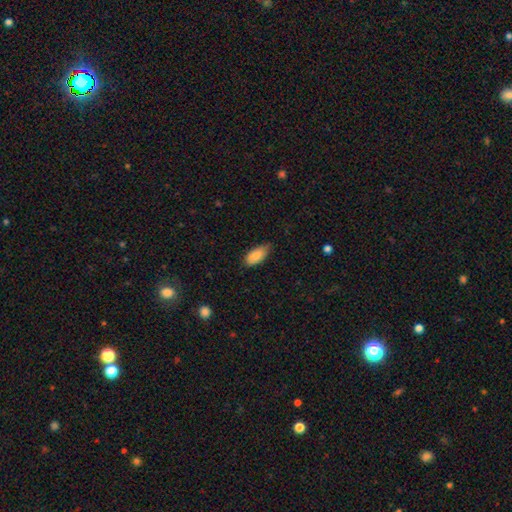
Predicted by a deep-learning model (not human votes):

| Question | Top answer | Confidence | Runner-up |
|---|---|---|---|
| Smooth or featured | smooth | 85% | featured or disk (9%) |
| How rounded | in between | 91% | cigar-shaped (7%) |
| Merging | none | 67% | minor disturbance (28%) |